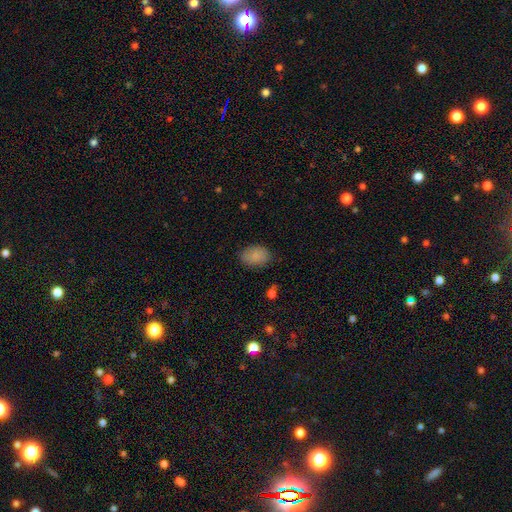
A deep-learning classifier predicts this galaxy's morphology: A smooth galaxy with no disk features (85%) that is in between round and cigar-shaped (79%). Merging: none (80%).